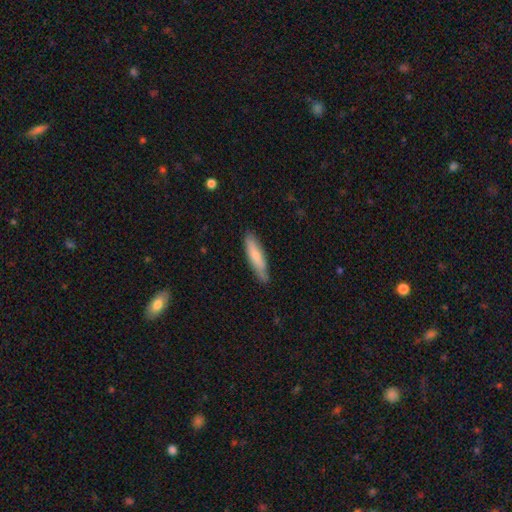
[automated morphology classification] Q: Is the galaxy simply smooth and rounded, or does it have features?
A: smooth — 72%.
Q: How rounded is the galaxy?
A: cigar-shaped — 79%.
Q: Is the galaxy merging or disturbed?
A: none — 79%.